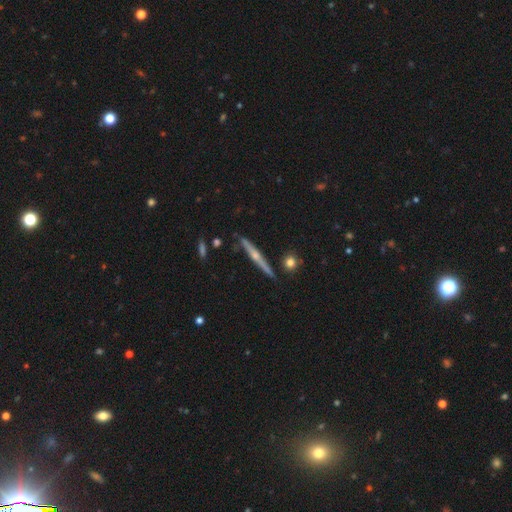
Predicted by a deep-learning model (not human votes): Smooth or featured? featured or disk (75%)
Edge-on disk? yes (98%)
Edge-on bulge? rounded (83%)
Merging? none (88%)